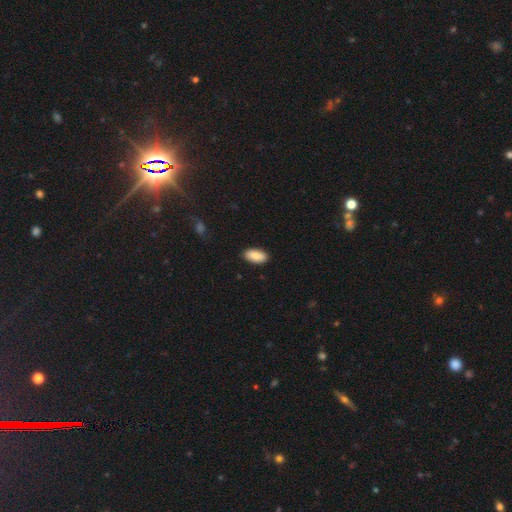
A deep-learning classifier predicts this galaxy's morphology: This is clearly a smooth galaxy (85%). How rounded: clearly in between (93%). Merging: clearly none (89%).